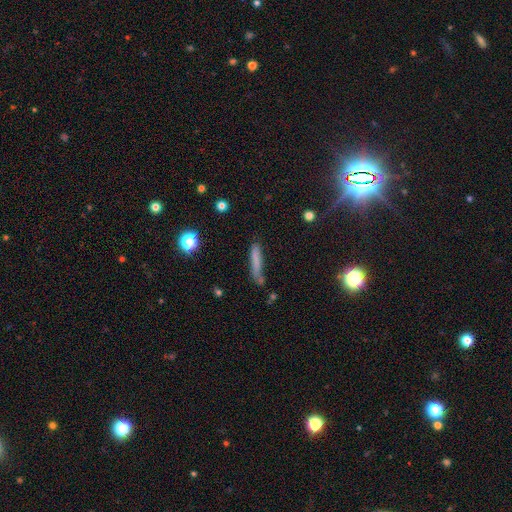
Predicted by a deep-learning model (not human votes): Smooth or featured? smooth (66%)
How rounded? cigar-shaped (90%)
Merging? none (68%)